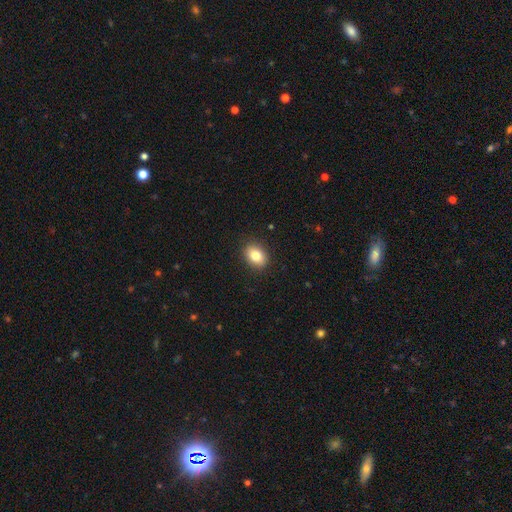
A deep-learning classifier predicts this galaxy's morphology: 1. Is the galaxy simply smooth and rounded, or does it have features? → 82% smooth, 9% star or artifact, 9% featured or disk.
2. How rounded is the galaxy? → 71% in between, 28% round, 1% cigar-shaped.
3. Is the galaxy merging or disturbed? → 88% none, 8% minor disturbance, 2% major disturbance, 1% merger.